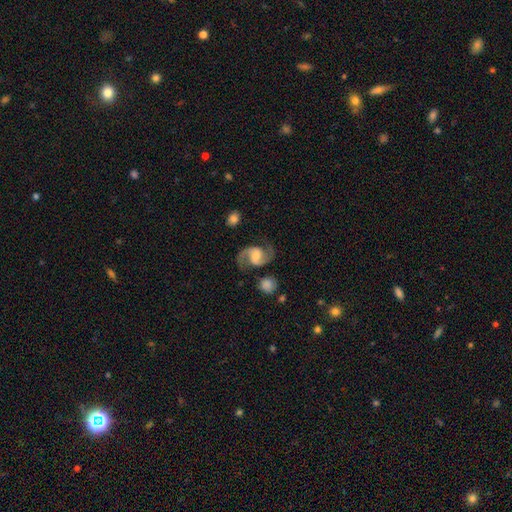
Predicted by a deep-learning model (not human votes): A featured or disk galaxy (88%) with a weak bar (43%, tied with no), 2 (94%) medium (54%) spiral arms (97%) and a moderate central bulge (36%). Merging: none (77%).